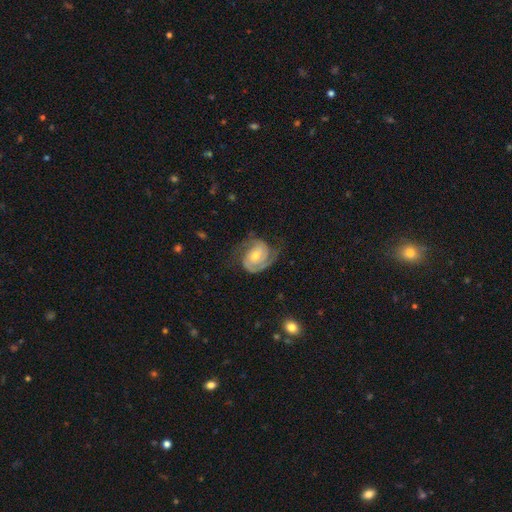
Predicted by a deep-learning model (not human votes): Smooth or featured: featured or disk — 84% (smooth — 11%)
Edge-on disk: no — 97% (yes — 3%)
Bar: no — 53% (weak — 36%)
Spiral arms: yes — 96% (no — 4%)
Spiral winding: tight — 46% (medium — 40%)
Spiral arm count: 2 — 78% (can't tell — 8%)
Bulge size: moderate — 56% (small — 38%)
Merging: none — 66% (minor disturbance — 18%)